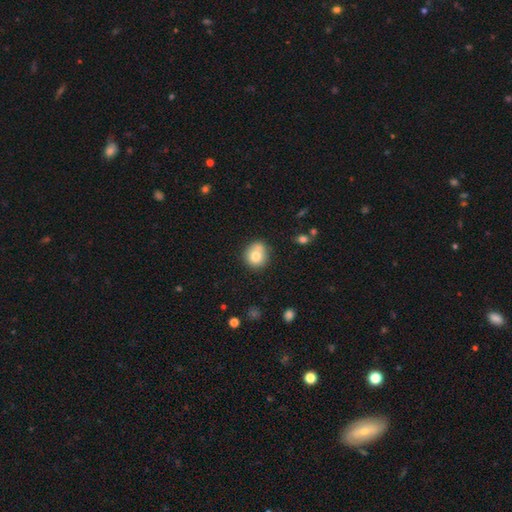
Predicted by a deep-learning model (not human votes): Q: Smooth or featured?
A: smooth (77%); runner-up: featured or disk (13%)
Q: How rounded?
A: round (84%); runner-up: in between (16%)
Q: Merging?
A: none (64%); runner-up: minor disturbance (18%)